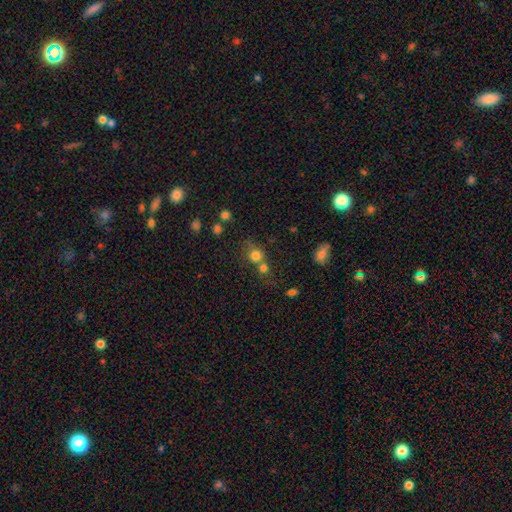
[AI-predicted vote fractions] This is likely a smooth galaxy (77%). How rounded: clearly round (85%). Merging: possibly none (46%).